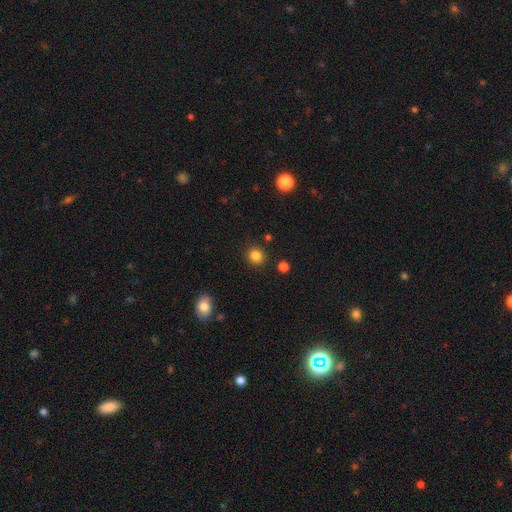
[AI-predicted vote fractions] Smooth or featured?
  - smooth: 84% *
  - star or artifact: 12%
  - featured or disk: 4%
How rounded?
  - round: 89% *
  - in between: 10%
  - cigar-shaped: 1%
Merging?
  - none: 90% *
  - minor disturbance: 6%
  - merger: 2%
  - major disturbance: 2%